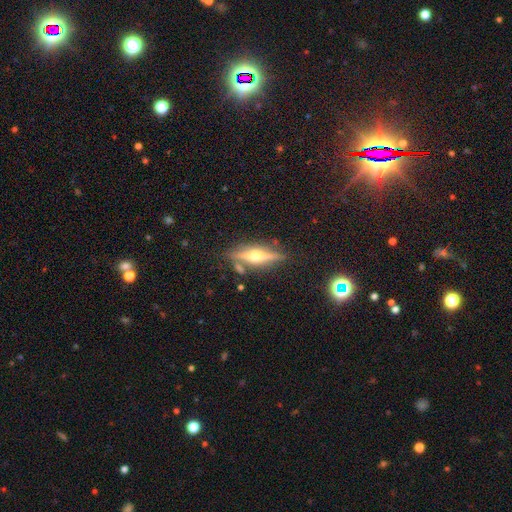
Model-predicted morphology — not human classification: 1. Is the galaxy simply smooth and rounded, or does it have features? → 76% featured or disk, 16% smooth, 8% star or artifact.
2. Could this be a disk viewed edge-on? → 96% yes, 4% no.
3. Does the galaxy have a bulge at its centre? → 94% rounded, 3% boxy, 3% none.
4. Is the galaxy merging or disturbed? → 83% none, 10% minor disturbance, 4% merger, 3% major disturbance.